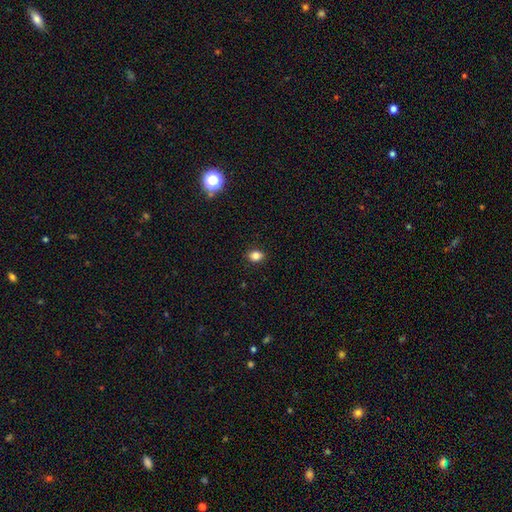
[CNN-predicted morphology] Overall: smooth (83%). How rounded: in between (57%; round 41%). Merging: none (89%).